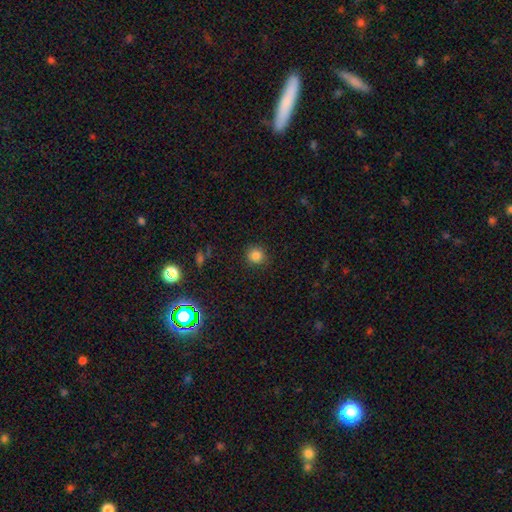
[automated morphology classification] smooth 83%, star or artifact 13%, featured or disk 4%. Down the decision tree: how rounded — round (92%); merging — none (90%).